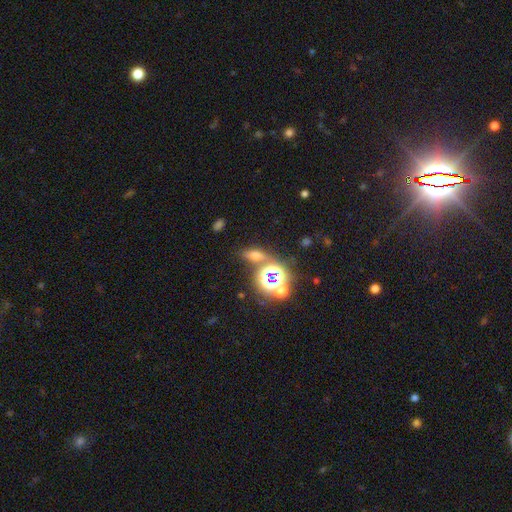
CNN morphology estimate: smooth 47%, star or artifact 39%, featured or disk 13%. Down the decision tree: merging — none (67%).